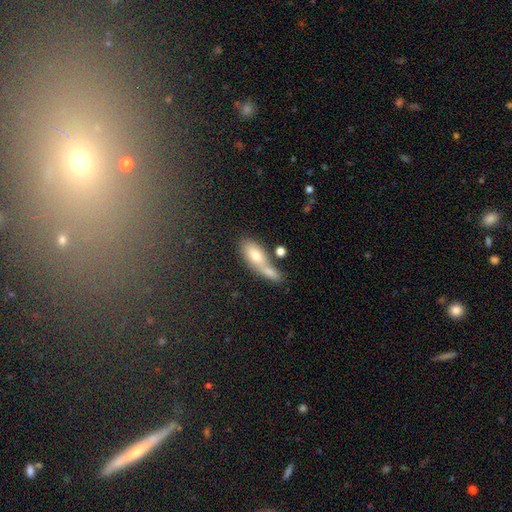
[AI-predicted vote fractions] This is likely a smooth galaxy (71%). How rounded: likely in between (75%). Merging: possibly merger (46%).